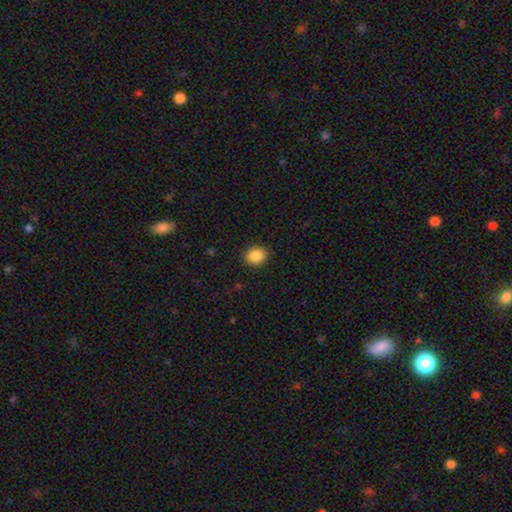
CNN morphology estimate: This appears to be a smooth galaxy with no disk features (87%) that is round (67%). Merging: none (90%).